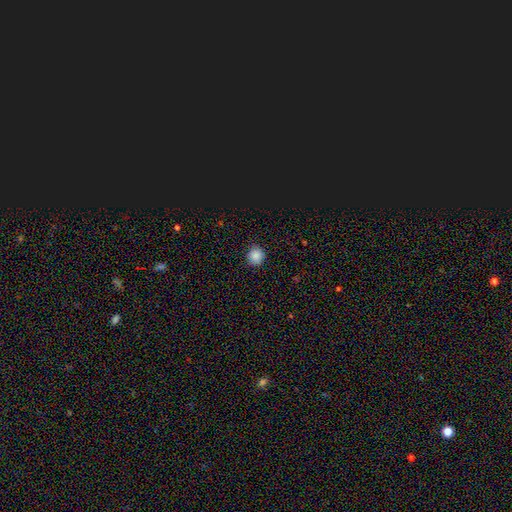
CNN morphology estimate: Smooth or featured? smooth (85%)
How rounded? round (90%)
Merging? none (88%)